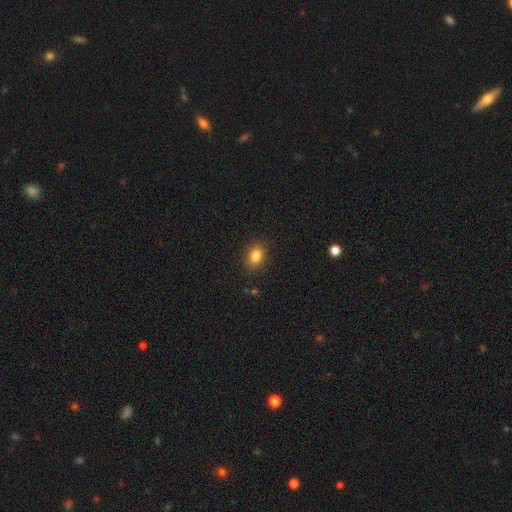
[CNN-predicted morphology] The model was most divided on "how rounded": in between: 72%, round: 27%, cigar-shaped: 1%. More confident: merging — none (88%); smooth or featured — smooth (83%).